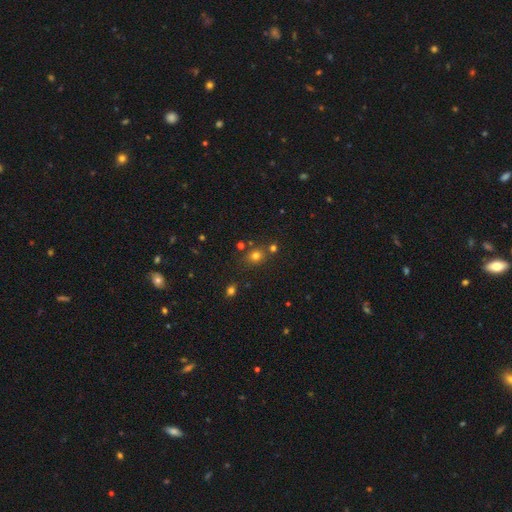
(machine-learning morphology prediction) smooth-or-featured: smooth: 72% | star or artifact: 20% | featured or disk: 8%
  how-rounded: round: 70% | in between: 29% | cigar-shaped: 1%
  merging: none: 72% | merger: 13% | minor disturbance: 11% | major disturbance: 4%